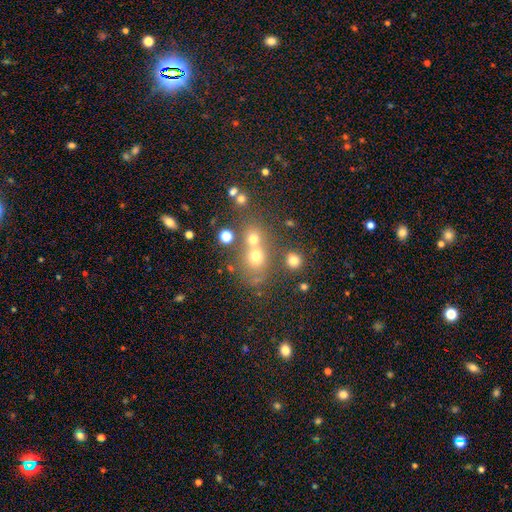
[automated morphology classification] Smooth or featured? smooth (59%)
How rounded? round (71%)
Merging? merger (44%)